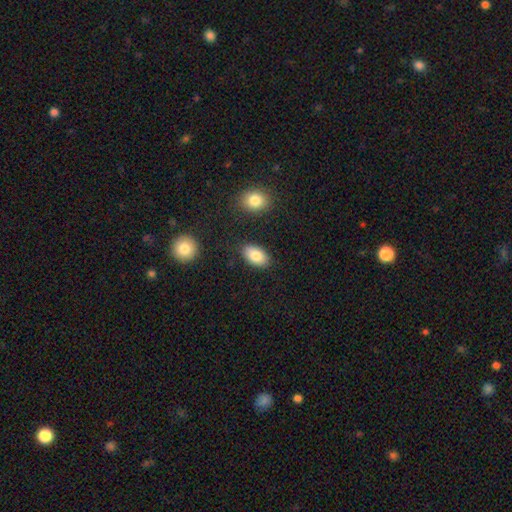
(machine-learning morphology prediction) A smooth galaxy with no disk features (84%) that is in between round and cigar-shaped (92%).

Vote fractions:
- Smooth or featured? smooth: 84% / featured or disk: 9% / star or artifact: 7%
- How rounded? in between: 92% / round: 6% / cigar-shaped: 2%
- Merging? none: 85% / minor disturbance: 10% / merger: 3% / major disturbance: 2%